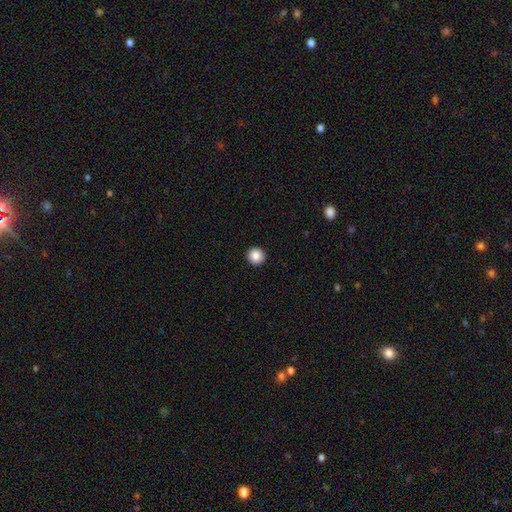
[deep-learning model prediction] Morphology: type=smooth (87%); roundness=round (95%); merging=none (94%).